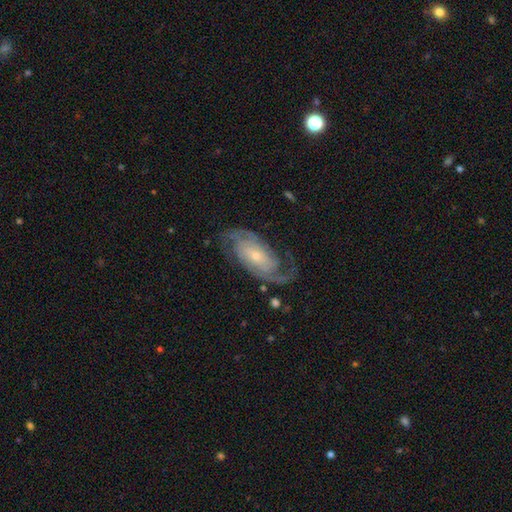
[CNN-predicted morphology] type=featured or disk (88%); edge-on=no (96%); bar=no (57%); spiral arms=yes (97%); winding=medium (44%); arm count=2 (80%); bulge=small (70%); merging=none (74%).